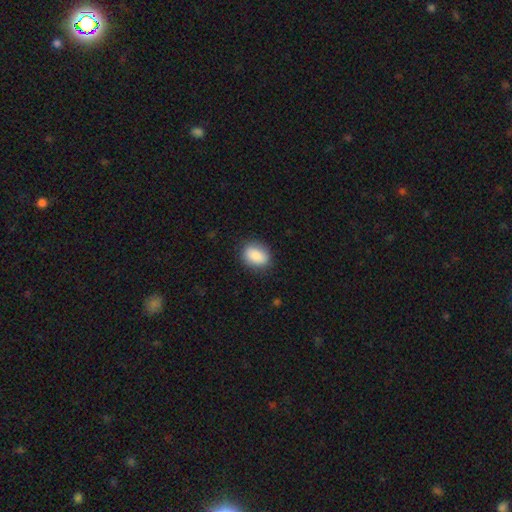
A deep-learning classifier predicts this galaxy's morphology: Smooth or featured? Predicted: smooth (p=0.88). How rounded? Predicted: in between (p=0.74). Merging? Predicted: none (p=0.84).